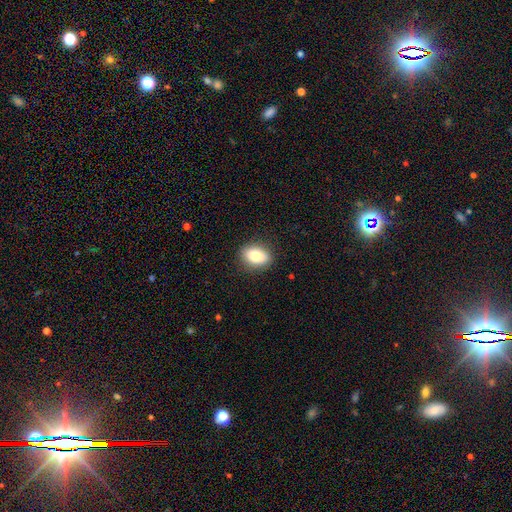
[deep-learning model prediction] Q: Smooth or featured?
A: smooth (80%); runner-up: featured or disk (11%)
Q: How rounded?
A: in between (69%); runner-up: round (29%)
Q: Merging?
A: none (88%); runner-up: minor disturbance (9%)